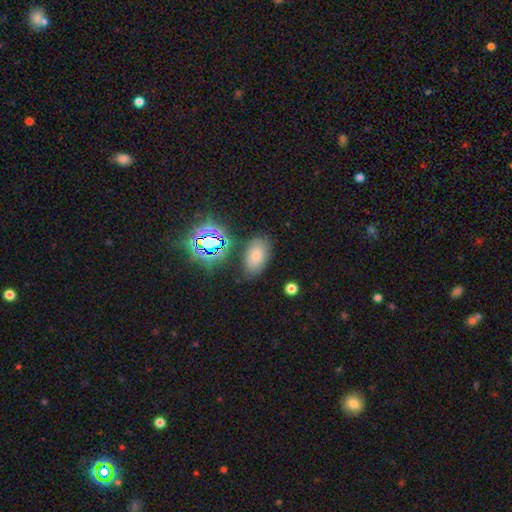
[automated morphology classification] smooth-or-featured: smooth: 66% | star or artifact: 20% | featured or disk: 14%
  how-rounded: in between: 91% | round: 7% | cigar-shaped: 2%
  merging: none: 77% | minor disturbance: 15% | major disturbance: 4% | merger: 3%